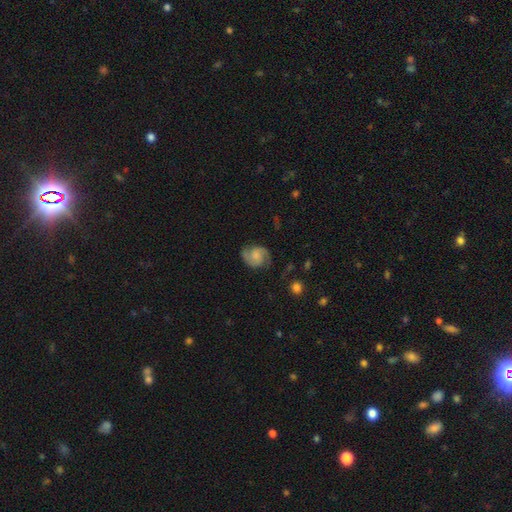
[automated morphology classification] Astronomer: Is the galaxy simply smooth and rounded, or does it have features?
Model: featured or disk — 82%.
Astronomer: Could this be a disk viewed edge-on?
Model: no — 98%.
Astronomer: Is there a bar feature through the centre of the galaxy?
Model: no — 59% (runner-up: weak, 35%).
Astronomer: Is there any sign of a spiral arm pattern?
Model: yes — 97%.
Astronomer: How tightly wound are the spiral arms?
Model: medium — 53% (runner-up: tight, 29%).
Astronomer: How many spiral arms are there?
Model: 2 — 92%.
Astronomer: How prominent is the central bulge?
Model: small — 33% (runner-up: moderate, 29%).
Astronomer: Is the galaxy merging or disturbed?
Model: none — 77%.